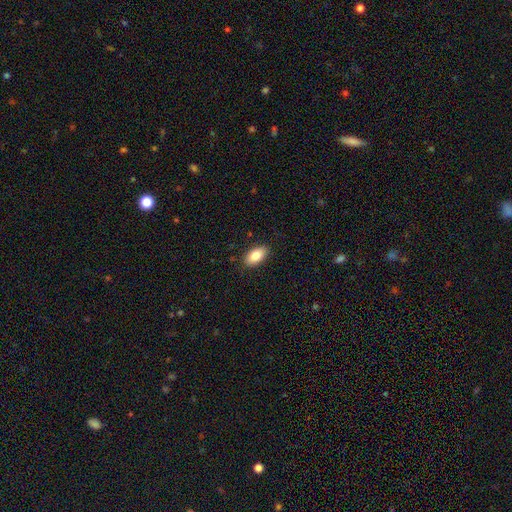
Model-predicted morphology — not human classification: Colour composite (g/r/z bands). It shows a smooth galaxy with no disk features (84%) that is in between round and cigar-shaped (92%). Merging: none (88%).